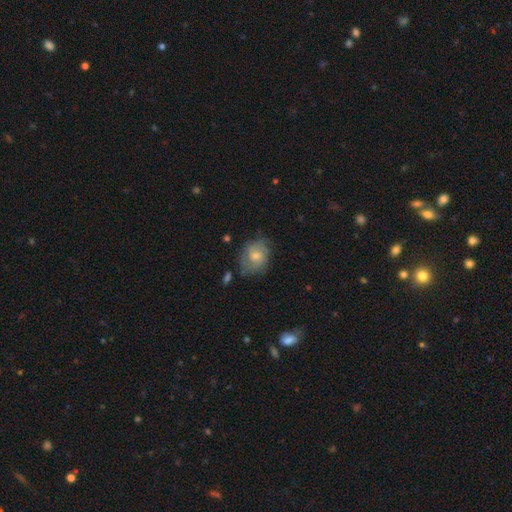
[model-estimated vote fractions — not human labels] This is possibly a featured or disk galaxy (51%). It is clearly not viewed edge-on (96%). Merging: likely none (70%).